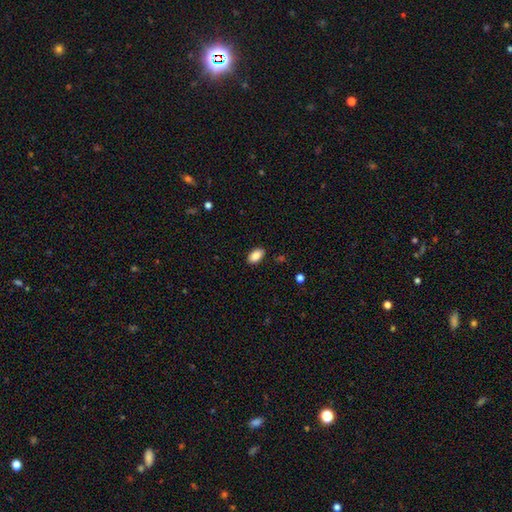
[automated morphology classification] Q: Smooth or featured?
A: smooth (88%); runner-up: star or artifact (8%)
Q: How rounded?
A: in between (93%); runner-up: round (5%)
Q: Merging?
A: none (88%); runner-up: minor disturbance (9%)